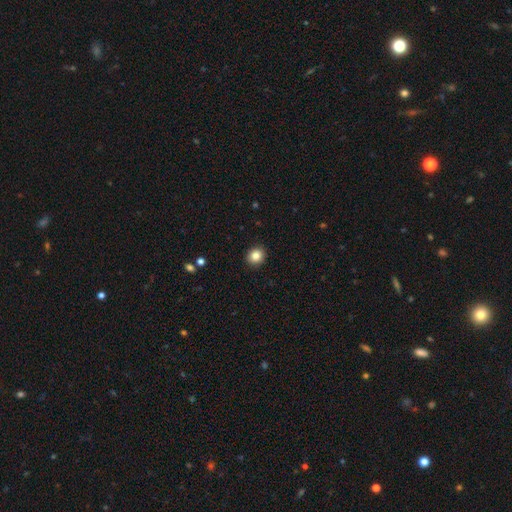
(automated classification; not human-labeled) Smooth or featured? smooth (84%)
How rounded? round (79%)
Merging? none (92%)